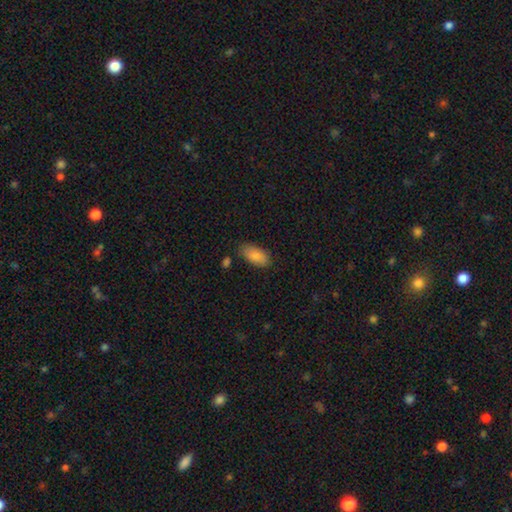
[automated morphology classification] Overall: smooth (87%). How rounded: in between (92%). Merging: none (79%).